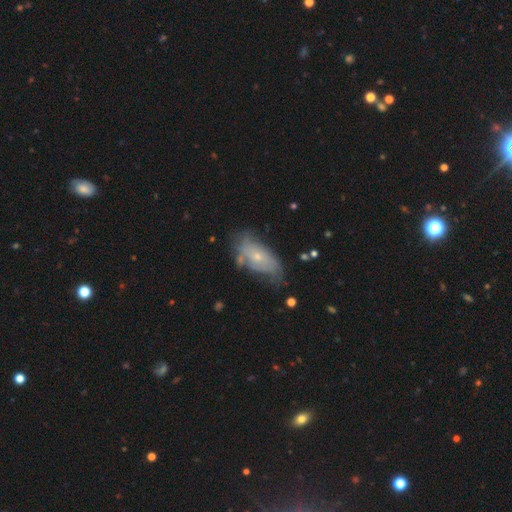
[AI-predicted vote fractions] Smooth or featured: featured or disk — 53% (smooth — 39%)
Edge-on disk: no — 90% (yes — 10%)
Merging: none — 46% (minor disturbance — 33%)